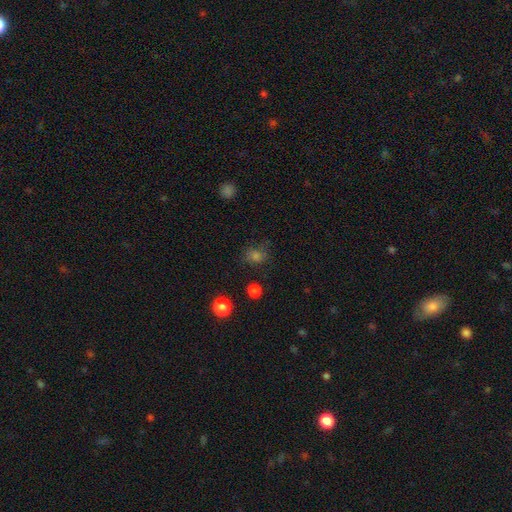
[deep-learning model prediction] Overall: smooth (66%). How rounded: round (67%; in between 31%). Merging: none (73%).